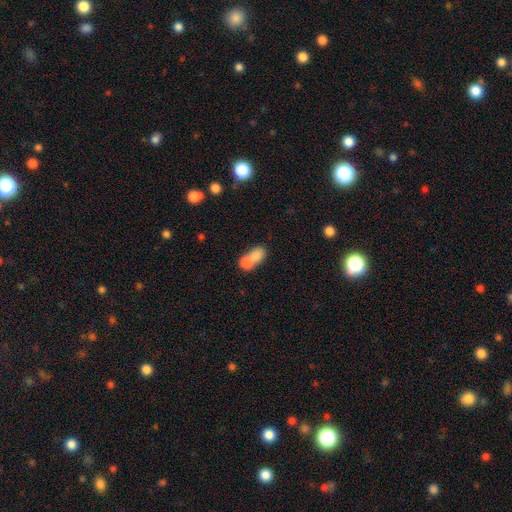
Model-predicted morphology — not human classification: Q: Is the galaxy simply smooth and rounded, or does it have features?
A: smooth — 77%.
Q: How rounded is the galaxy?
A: in between — 53%.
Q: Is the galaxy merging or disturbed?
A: merger — 70%.